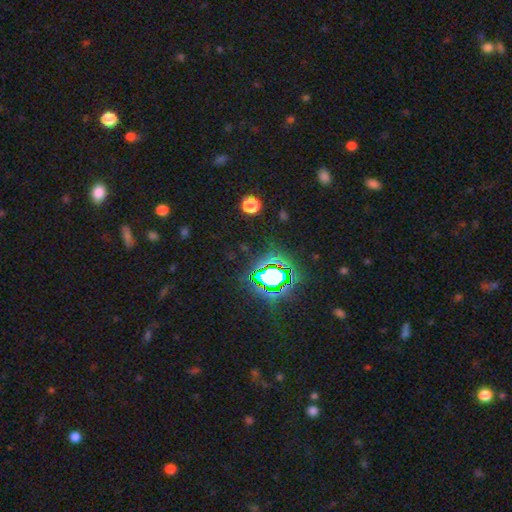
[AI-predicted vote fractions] The model was most divided on "smooth or featured": star or artifact: 80%, smooth: 13%, featured or disk: 7%.